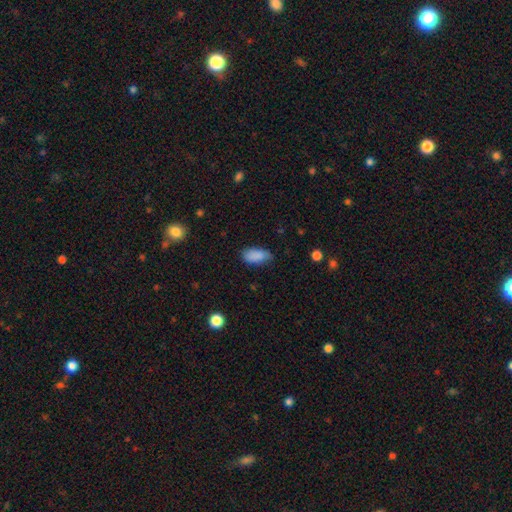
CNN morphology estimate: Smooth or featured? Predicted: smooth (p=0.88). How rounded? Predicted: in between (p=0.90). Merging? Predicted: none (p=0.73).